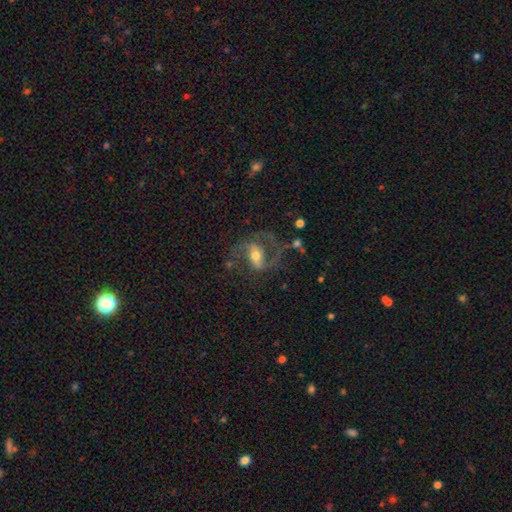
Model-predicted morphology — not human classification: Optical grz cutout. It shows a featured or disk galaxy (83%) with a weak bar (41%), 2 (88%) medium (54%) spiral arms (94%) and a moderate central bulge (59%). Merging: none (65%).